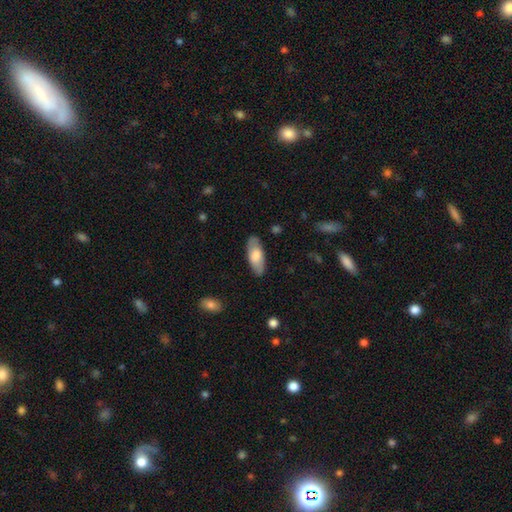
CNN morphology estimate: This appears to be a smooth galaxy with no disk features (67%) that is in between round and cigar-shaped (80%). Merging: none (82%).